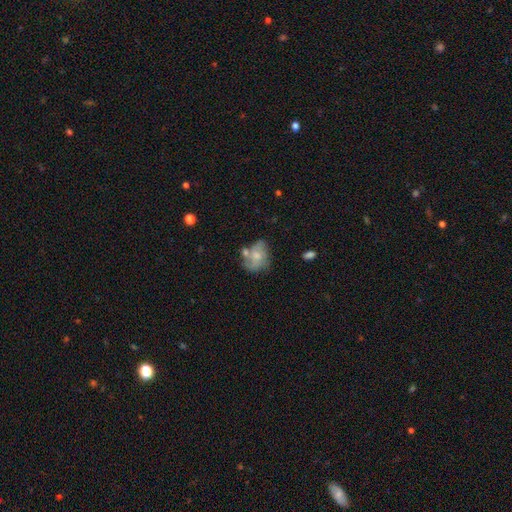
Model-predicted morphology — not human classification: type=smooth (46%); merging=none (37%).